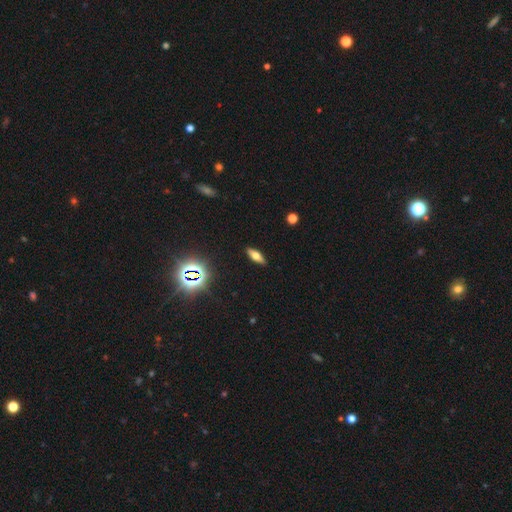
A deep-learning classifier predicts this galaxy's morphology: Overall: smooth (54%; featured or disk 31%). How rounded: in between (62%; cigar-shaped 34%). Merging: none (89%).